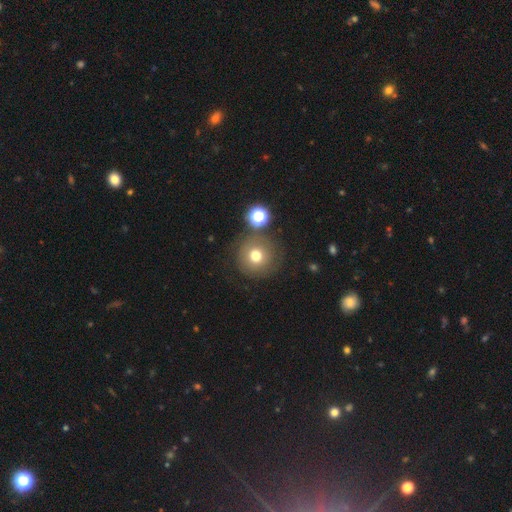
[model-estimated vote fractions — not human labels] This is likely a smooth galaxy (71%). How rounded: clearly round (94%). Merging: likely none (78%).